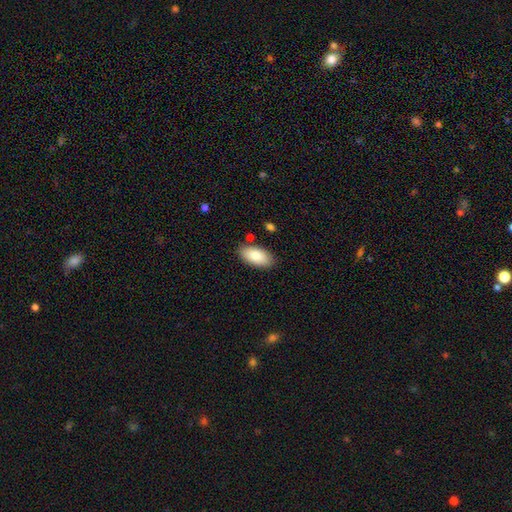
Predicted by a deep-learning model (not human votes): Morphology: type=smooth (83%); roundness=in between (94%); merging=none (84%).